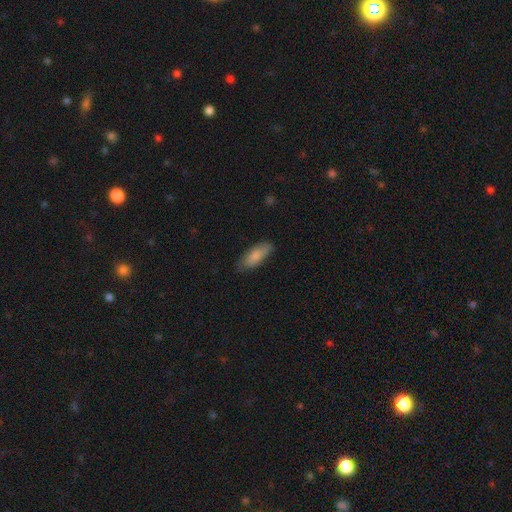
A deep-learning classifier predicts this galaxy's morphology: The model was most divided on "how rounded": in between: 75%, cigar-shaped: 23%, round: 2%. More confident: smooth or featured — smooth (80%); merging — none (76%).